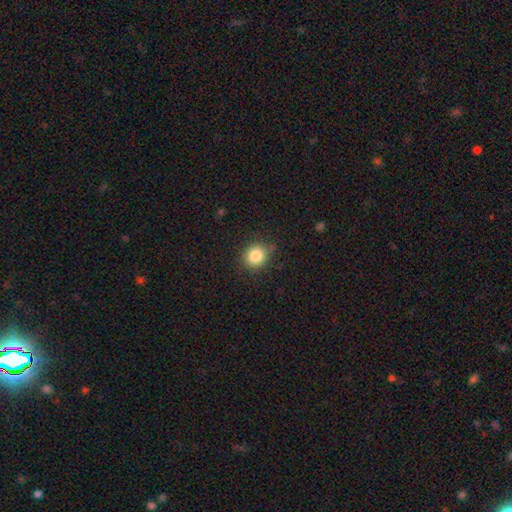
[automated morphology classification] Smooth or featured?
  - smooth: 85% *
  - star or artifact: 10%
  - featured or disk: 5%
How rounded?
  - round: 81% *
  - in between: 18%
  - cigar-shaped: 1%
Merging?
  - none: 82% *
  - minor disturbance: 13%
  - major disturbance: 3%
  - merger: 1%